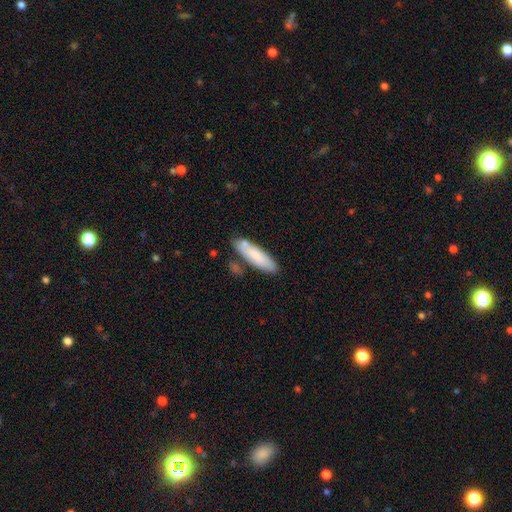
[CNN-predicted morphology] smooth-or-featured: smooth: 81% | featured or disk: 13% | star or artifact: 6%
  how-rounded: cigar-shaped: 66% | in between: 33% | round: 1%
  merging: none: 73% | minor disturbance: 15% | merger: 9% | major disturbance: 3%